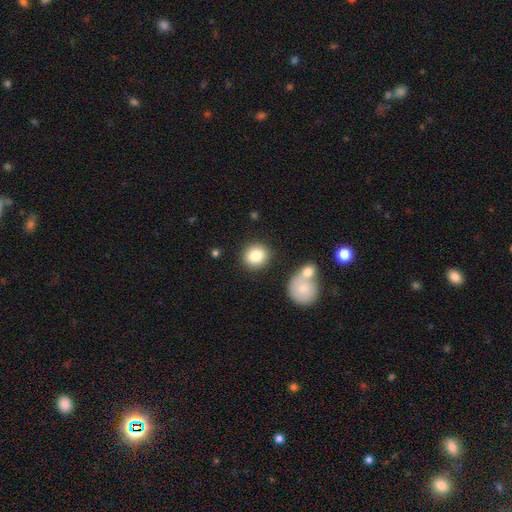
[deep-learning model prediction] This is clearly a smooth galaxy (83%). How rounded: clearly round (83%). Merging: clearly none (83%).